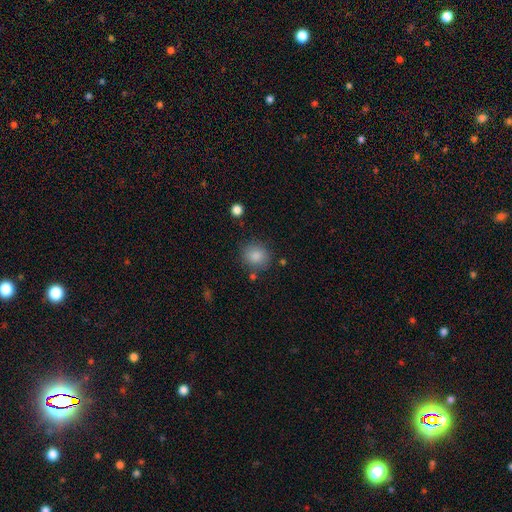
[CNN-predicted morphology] smooth-or-featured: smooth: 85% | star or artifact: 9% | featured or disk: 6%
  how-rounded: round: 83% | in between: 16% | cigar-shaped: 1%
  merging: none: 80% | minor disturbance: 12% | major disturbance: 4% | merger: 4%